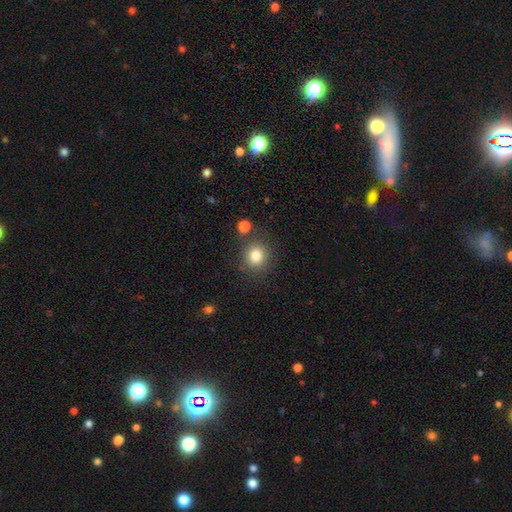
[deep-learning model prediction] A smooth galaxy with no disk features (81%) that is round (86%).

Vote fractions:
- Smooth or featured? smooth: 81% / star or artifact: 12% / featured or disk: 7%
- How rounded? round: 86% / in between: 13% / cigar-shaped: 1%
- Merging? none: 80% / minor disturbance: 10% / merger: 7% / major disturbance: 4%